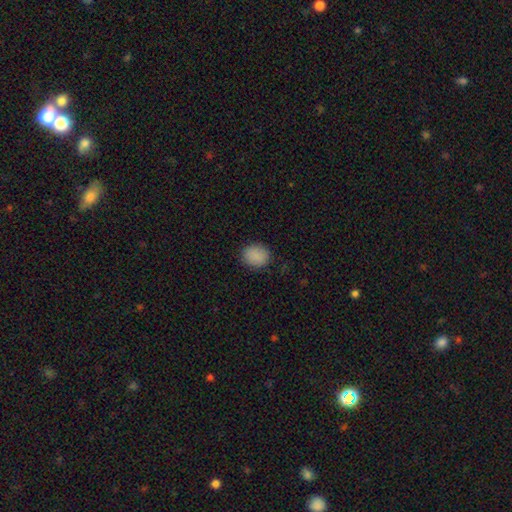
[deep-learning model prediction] Smooth or featured: smooth — 88% (star or artifact — 9%)
How rounded: round — 66% (in between — 34%)
Merging: none — 88% (minor disturbance — 9%)